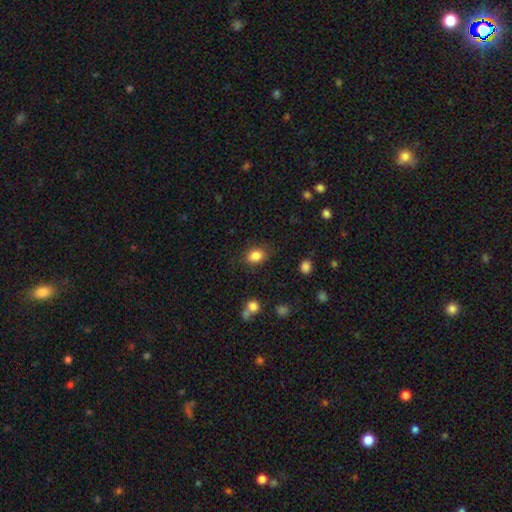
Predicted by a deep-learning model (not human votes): Smooth or featured?
  - smooth: 85% *
  - star or artifact: 10%
  - featured or disk: 6%
How rounded?
  - in between: 62% *
  - round: 37%
  - cigar-shaped: 1%
Merging?
  - none: 82% *
  - minor disturbance: 13%
  - major disturbance: 4%
  - merger: 2%